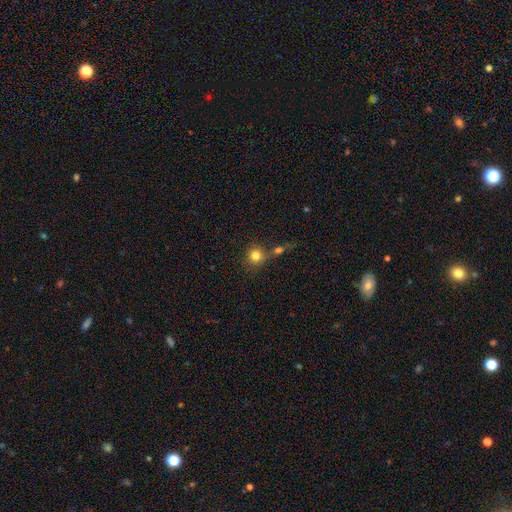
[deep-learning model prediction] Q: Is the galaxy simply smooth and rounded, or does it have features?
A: smooth — 80%.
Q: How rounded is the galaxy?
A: round — 90%.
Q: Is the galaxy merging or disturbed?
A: none — 57%.